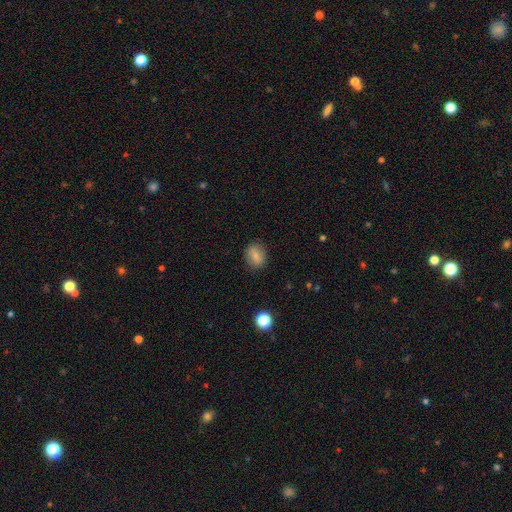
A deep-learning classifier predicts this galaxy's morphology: Q: Smooth or featured?
A: smooth (77%); runner-up: featured or disk (13%)
Q: How rounded?
A: in between (50%); runner-up: round (48%)
Q: Merging?
A: none (85%); runner-up: minor disturbance (11%)